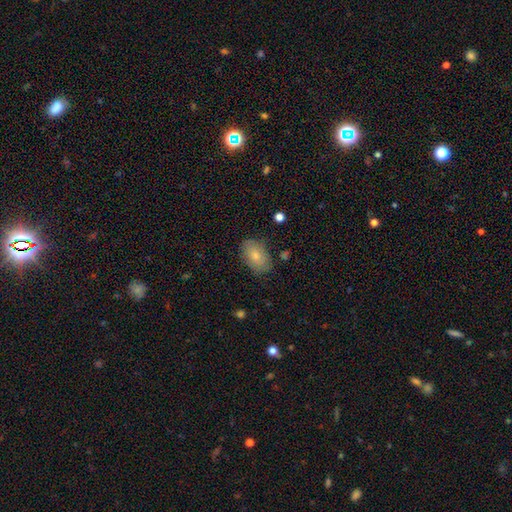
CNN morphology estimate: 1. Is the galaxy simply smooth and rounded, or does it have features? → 71% smooth, 22% featured or disk, 7% star or artifact.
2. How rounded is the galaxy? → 89% in between, 10% round, 1% cigar-shaped.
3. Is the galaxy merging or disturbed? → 78% none, 17% minor disturbance, 4% major disturbance, 1% merger.